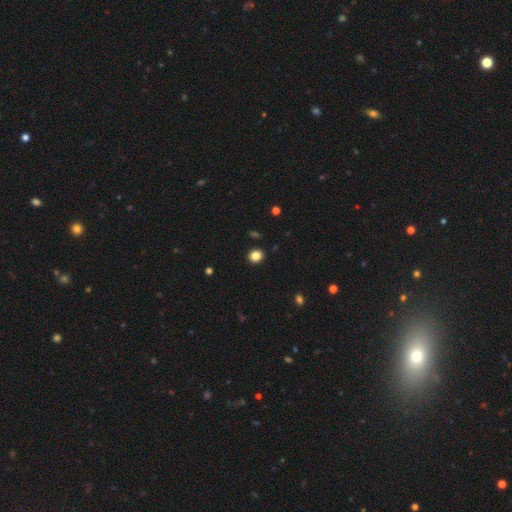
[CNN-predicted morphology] smooth-or-featured: smooth: 85% | star or artifact: 11% | featured or disk: 4%
  how-rounded: round: 79% | in between: 20% | cigar-shaped: 1%
  merging: none: 92% | minor disturbance: 5% | major disturbance: 2% | merger: 1%